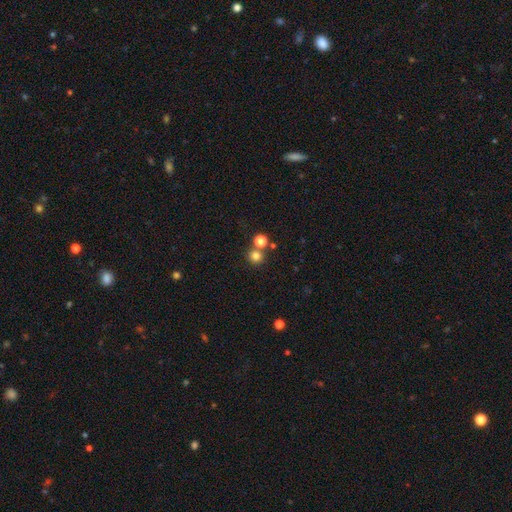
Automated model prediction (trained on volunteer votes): Smooth or featured: smooth — 79% (star or artifact — 15%)
How rounded: round — 93% (in between — 6%)
Merging: none — 69% (merger — 22%)